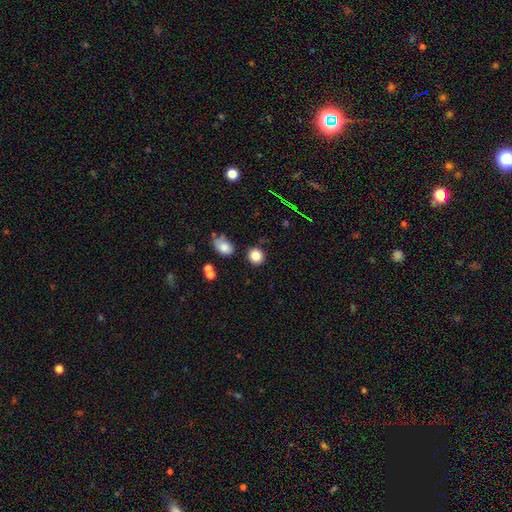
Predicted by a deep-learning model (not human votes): smooth-or-featured: smooth: 84% | star or artifact: 11% | featured or disk: 5%
  how-rounded: round: 86% | in between: 13% | cigar-shaped: 1%
  merging: none: 83% | minor disturbance: 9% | merger: 5% | major disturbance: 3%